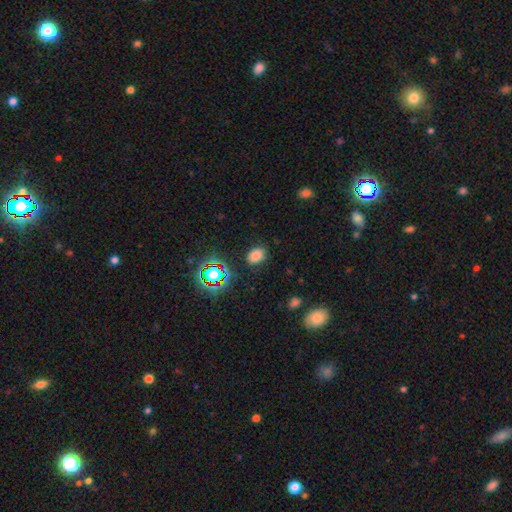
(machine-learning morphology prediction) smooth_or_featured: smooth (p=0.74) [alt: star or artifact p=0.19]
how_rounded: in between (p=0.70) [alt: round p=0.29]
merging: none (p=0.83) [alt: minor disturbance p=0.11]